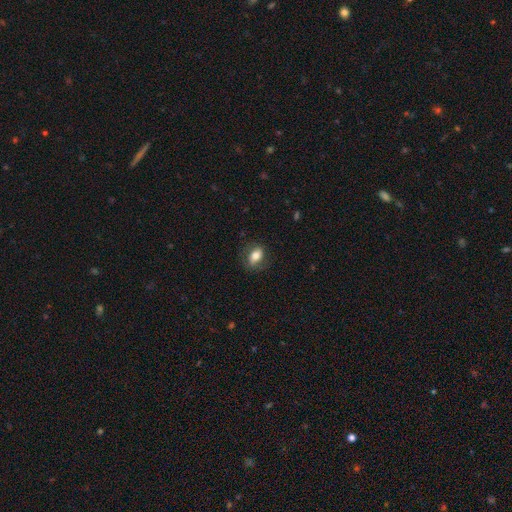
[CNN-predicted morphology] Smooth or featured: smooth — 76% (featured or disk — 16%)
How rounded: in between — 80% (round — 16%)
Merging: none — 77% (minor disturbance — 16%)